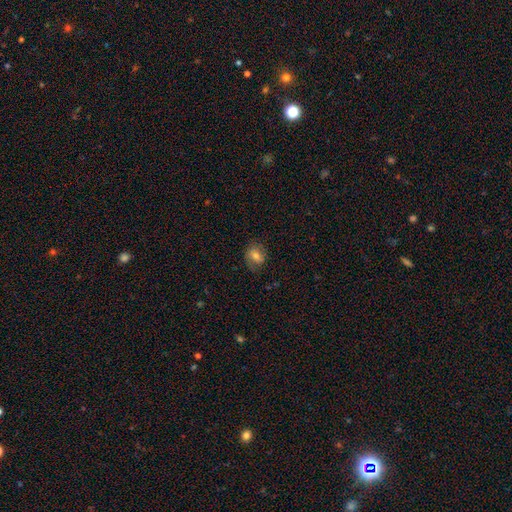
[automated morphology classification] Overall: smooth (61%; featured or disk 28%). How rounded: round (60%; in between 39%). Merging: none (72%).